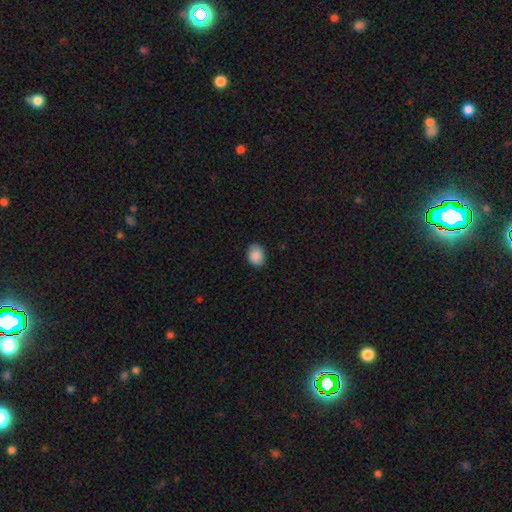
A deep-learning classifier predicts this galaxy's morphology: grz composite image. It shows a smooth galaxy with no disk features (89%) that is in between round and cigar-shaped (67%). Merging: none (86%).